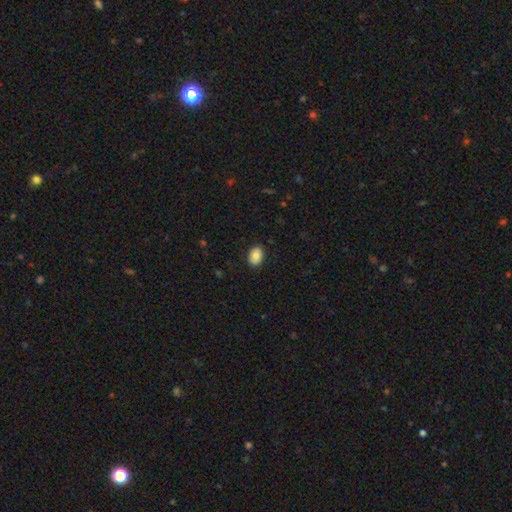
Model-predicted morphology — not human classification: smooth-or-featured: smooth: 82% | featured or disk: 10% | star or artifact: 8%
  how-rounded: in between: 79% | round: 20% | cigar-shaped: 1%
  merging: none: 87% | minor disturbance: 10% | major disturbance: 2% | merger: 1%